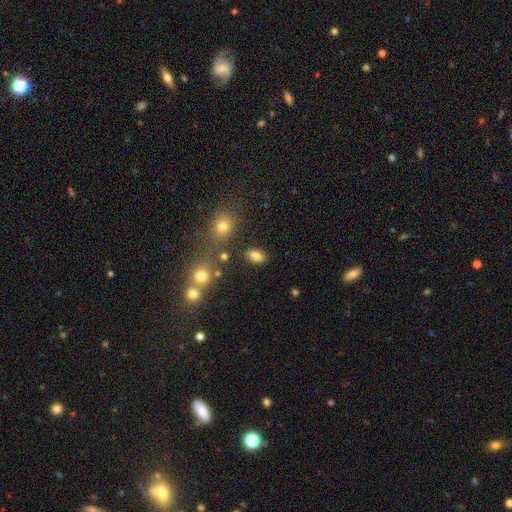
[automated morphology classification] Smooth or featured? Predicted: smooth (p=0.81). How rounded? Predicted: in between (p=0.87). Merging? Predicted: none (p=0.83).